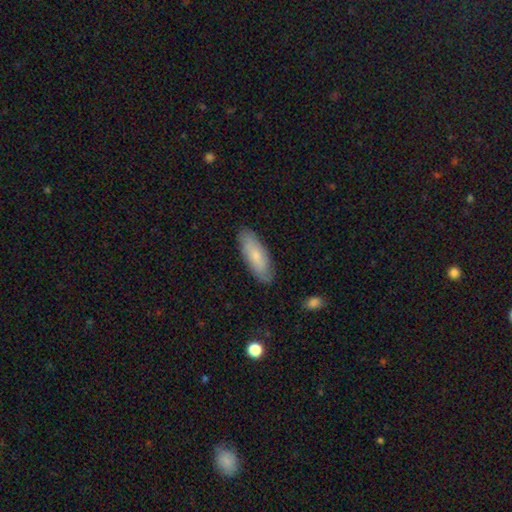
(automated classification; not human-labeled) Smooth or featured?
  - smooth: 72% *
  - featured or disk: 22%
  - star or artifact: 6%
How rounded?
  - in between: 67% *
  - cigar-shaped: 31%
  - round: 2%
Merging?
  - none: 84% *
  - minor disturbance: 12%
  - major disturbance: 2%
  - merger: 1%